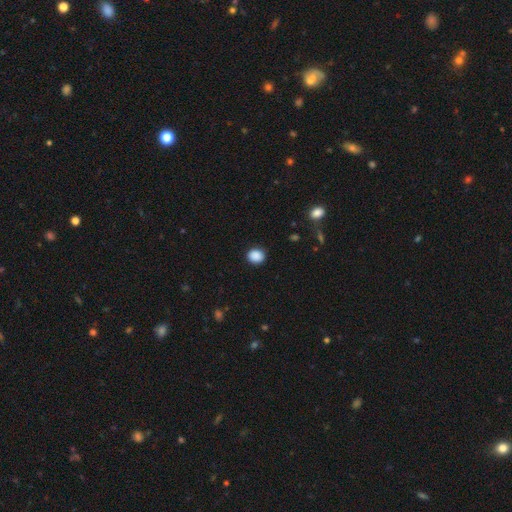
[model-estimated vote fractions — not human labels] A smooth galaxy with no disk features (88%) that is round (69%).

Vote fractions:
- Smooth or featured? smooth: 88% / star or artifact: 9% / featured or disk: 3%
- How rounded? round: 69% / in between: 30% / cigar-shaped: 1%
- Merging? none: 87% / minor disturbance: 10% / major disturbance: 3% / merger: 1%